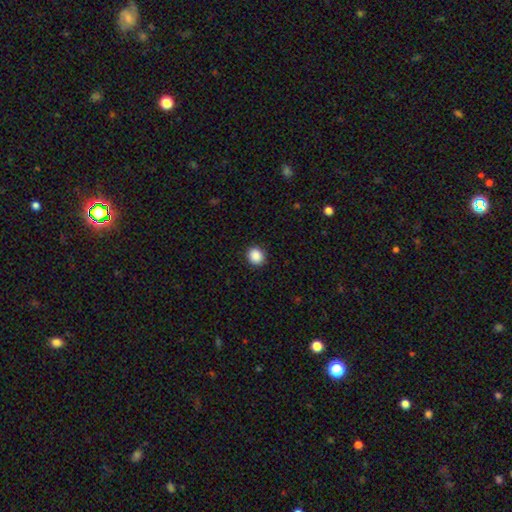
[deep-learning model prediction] smooth_or_featured: smooth (p=0.89) [alt: star or artifact p=0.09]
how_rounded: round (p=0.83) [alt: in between p=0.16]
merging: none (p=0.92) [alt: minor disturbance p=0.05]